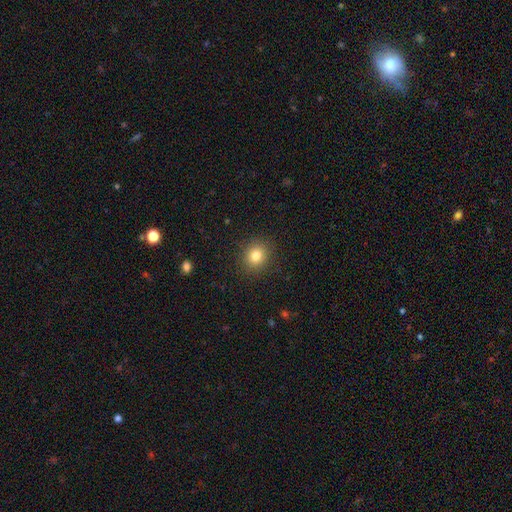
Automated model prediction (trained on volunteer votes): A smooth galaxy with no disk features (81%) that is round (81%). Merging: none (89%).